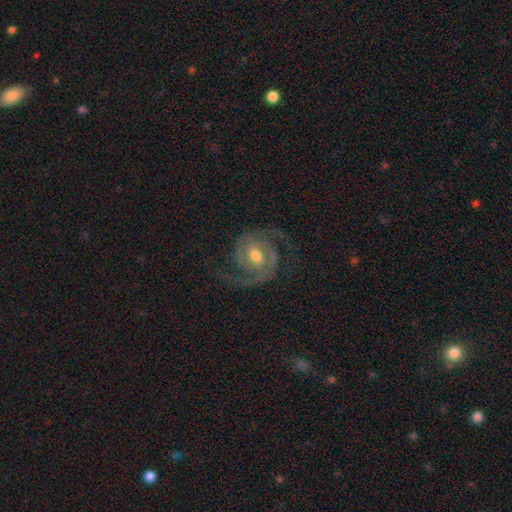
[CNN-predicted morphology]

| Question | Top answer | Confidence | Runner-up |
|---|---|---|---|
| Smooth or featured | featured or disk | 92% | star or artifact (4%) |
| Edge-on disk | no | 98% | yes (2%) |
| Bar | weak | 44% | no (40%) |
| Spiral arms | yes | 98% | no (2%) |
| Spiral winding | medium | 56% | tight (29%) |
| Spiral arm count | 2 | 93% | 3 (2%) |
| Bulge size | moderate | 71% | small (21%) |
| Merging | none | 81% | minor disturbance (12%) |